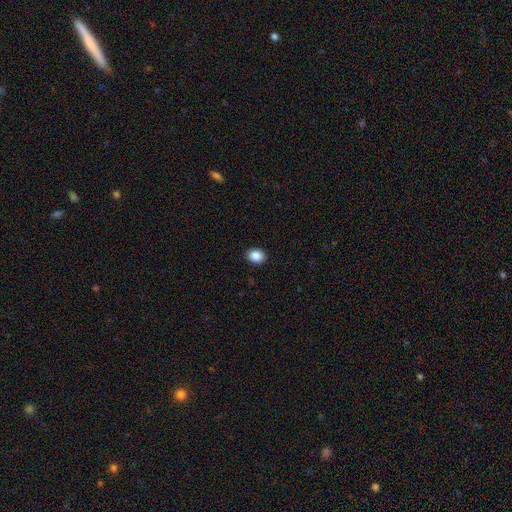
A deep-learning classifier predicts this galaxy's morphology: This appears to be a smooth galaxy with no disk features (88%) that is round (51%). Merging: none (91%).